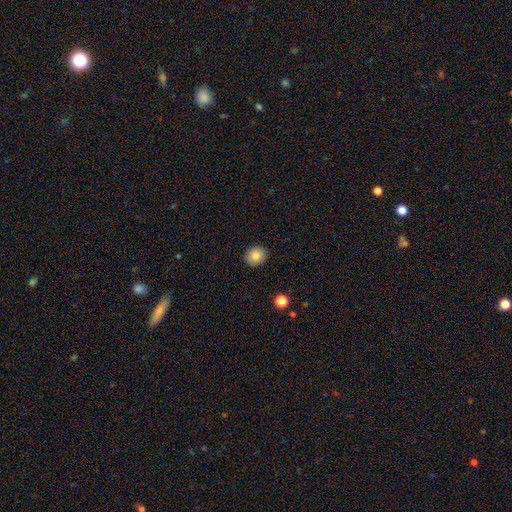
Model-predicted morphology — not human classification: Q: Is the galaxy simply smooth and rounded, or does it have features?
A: smooth — 84%.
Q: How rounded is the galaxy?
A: round — 79%.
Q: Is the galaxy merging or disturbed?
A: none — 91%.